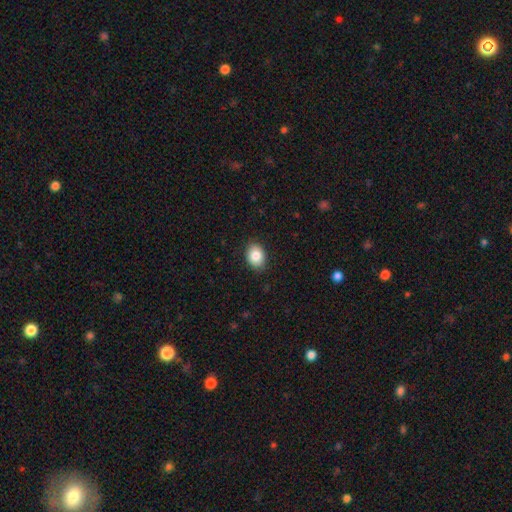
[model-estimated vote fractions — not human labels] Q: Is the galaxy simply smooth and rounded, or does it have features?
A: smooth — 86%.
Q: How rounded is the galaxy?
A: in between — 66%.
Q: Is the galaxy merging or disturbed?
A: none — 89%.